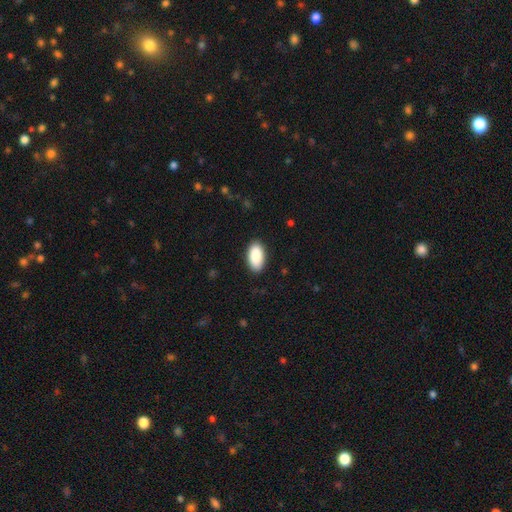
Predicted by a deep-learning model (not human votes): Smooth or featured?
  - smooth: 90% *
  - star or artifact: 6%
  - featured or disk: 4%
How rounded?
  - in between: 95% *
  - cigar-shaped: 3%
  - round: 2%
Merging?
  - none: 88% *
  - minor disturbance: 9%
  - major disturbance: 2%
  - merger: 1%